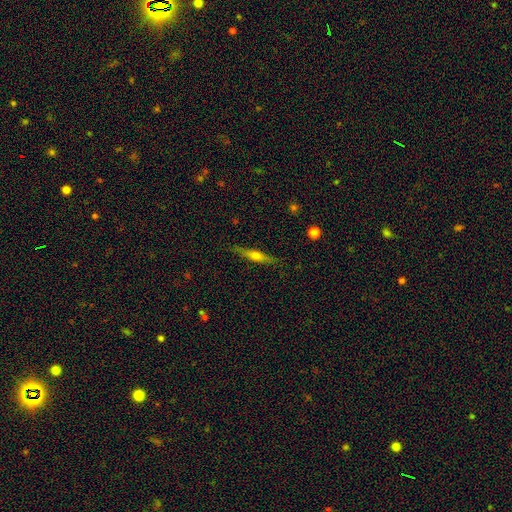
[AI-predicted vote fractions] Overall: featured or disk (61%; smooth 32%). Edge-on disk: yes (96%). Edge-on bulge: rounded (88%). Merging: none (86%).